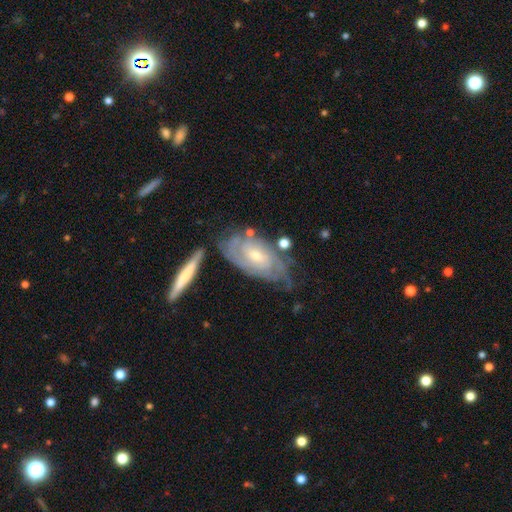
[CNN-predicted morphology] A featured or disk galaxy (80%) with no bar (56%), tight (68%) spiral arms (92%) and a small central bulge (56%). Merging: none (57%).